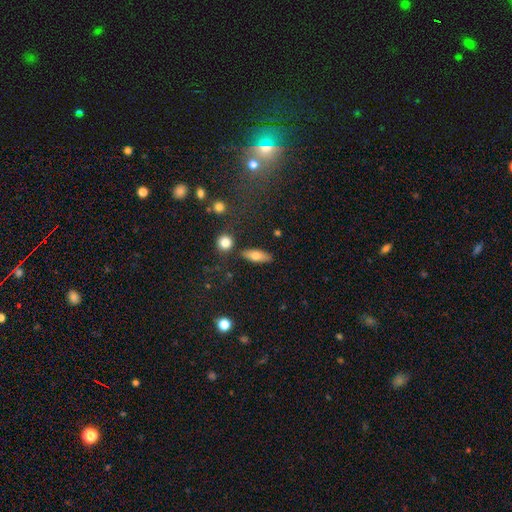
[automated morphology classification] A smooth galaxy with no disk features (75%) that is in between round and cigar-shaped (71%).

Vote fractions:
- Smooth or featured? smooth: 75% / featured or disk: 17% / star or artifact: 8%
- How rounded? in between: 71% / cigar-shaped: 24% / round: 5%
- Merging? none: 80% / minor disturbance: 12% / merger: 5% / major disturbance: 3%